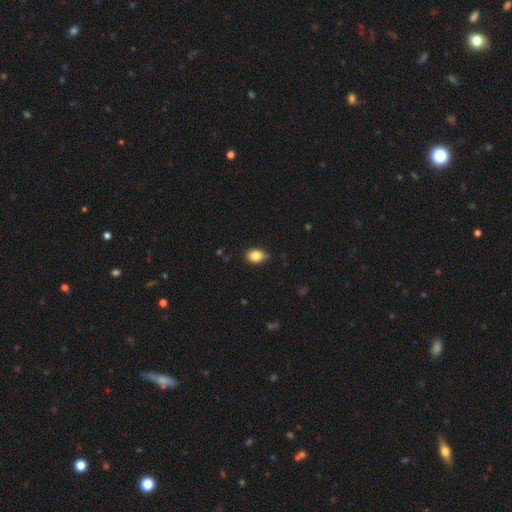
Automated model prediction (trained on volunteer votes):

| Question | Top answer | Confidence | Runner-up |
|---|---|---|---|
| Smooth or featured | smooth | 84% | star or artifact (9%) |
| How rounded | in between | 78% | round (21%) |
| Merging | none | 75% | minor disturbance (21%) |